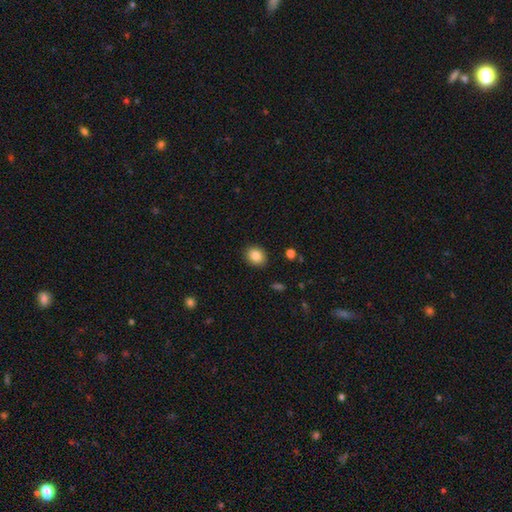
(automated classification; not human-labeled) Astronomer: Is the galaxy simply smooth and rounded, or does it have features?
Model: smooth — 85%.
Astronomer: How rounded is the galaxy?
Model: round — 59% (runner-up: in between, 41%).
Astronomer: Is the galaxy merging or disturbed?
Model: none — 89%.